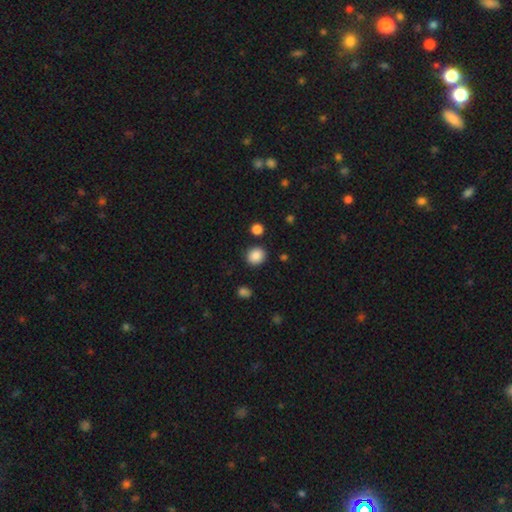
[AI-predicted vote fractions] Smooth or featured: smooth — 87% (star or artifact — 9%)
How rounded: round — 79% (in between — 20%)
Merging: none — 87% (minor disturbance — 8%)